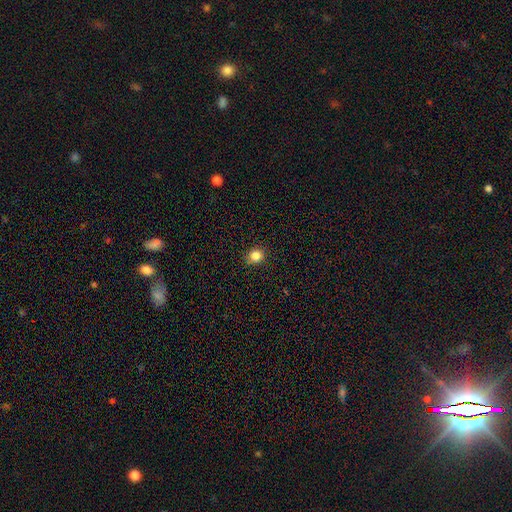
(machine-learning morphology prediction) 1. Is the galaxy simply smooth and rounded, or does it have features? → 83% smooth, 12% star or artifact, 5% featured or disk.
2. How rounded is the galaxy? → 83% round, 16% in between, 1% cigar-shaped.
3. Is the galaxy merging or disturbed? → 89% none, 8% minor disturbance, 2% major disturbance, 1% merger.